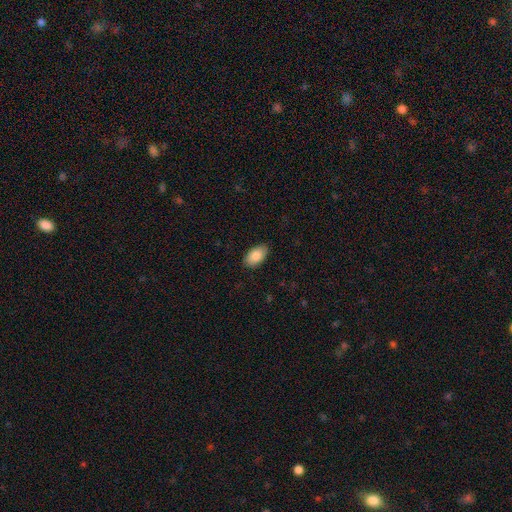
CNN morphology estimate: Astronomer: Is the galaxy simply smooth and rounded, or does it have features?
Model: smooth — 87%.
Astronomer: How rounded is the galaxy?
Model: in between — 94%.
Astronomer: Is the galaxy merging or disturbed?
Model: none — 87%.